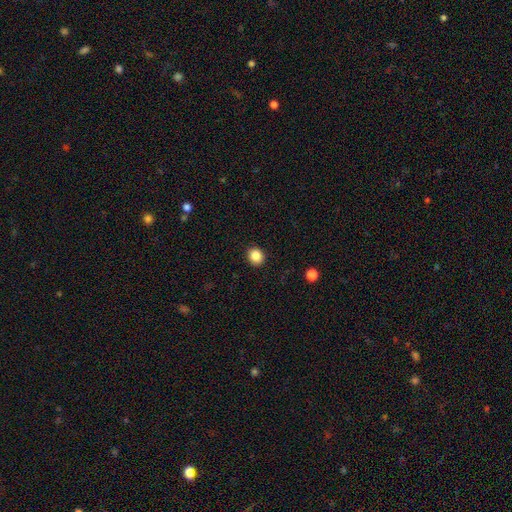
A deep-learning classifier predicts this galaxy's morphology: Smooth or featured: smooth — 86% (star or artifact — 10%)
How rounded: round — 80% (in between — 19%)
Merging: none — 92% (minor disturbance — 5%)